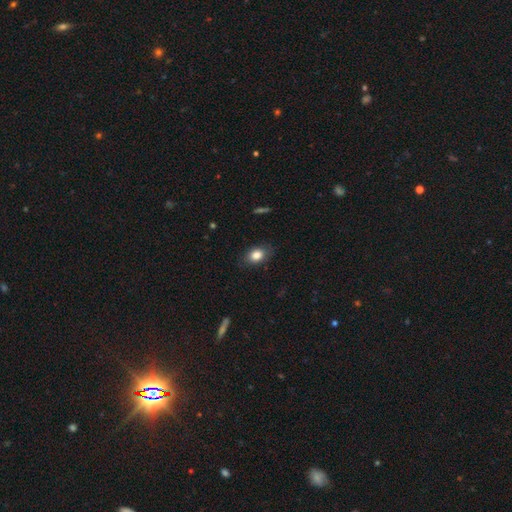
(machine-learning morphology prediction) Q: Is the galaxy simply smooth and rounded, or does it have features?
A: smooth — 83%.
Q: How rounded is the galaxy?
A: in between — 76%.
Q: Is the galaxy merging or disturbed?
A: none — 81%.